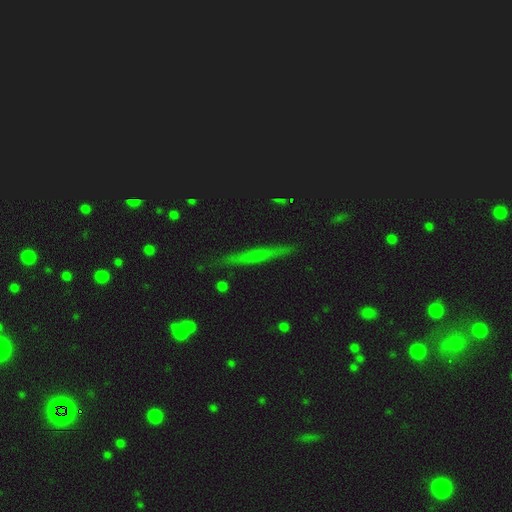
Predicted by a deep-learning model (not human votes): Smooth or featured?
  - smooth: 42% *
  - featured or disk: 41%
  - star or artifact: 17%
Merging?
  - none: 86% *
  - minor disturbance: 10%
  - major disturbance: 2%
  - merger: 2%